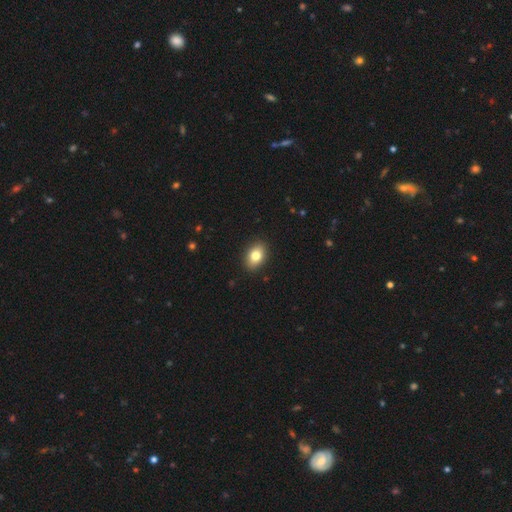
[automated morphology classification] smooth_or_featured: smooth (p=0.80) [alt: featured or disk p=0.11]
how_rounded: in between (p=0.81) [alt: round p=0.17]
merging: none (p=0.90) [alt: minor disturbance p=0.07]